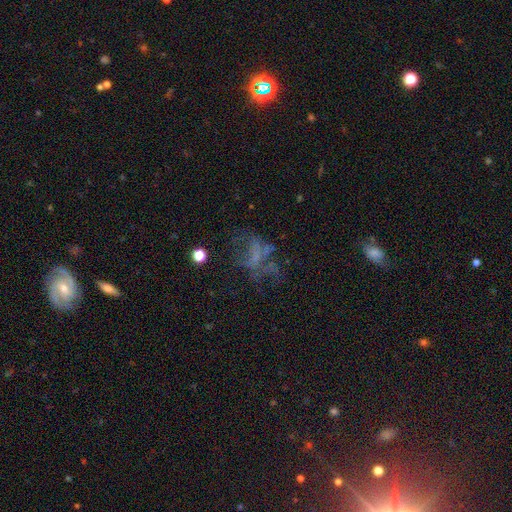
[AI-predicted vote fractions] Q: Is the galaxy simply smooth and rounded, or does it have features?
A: featured or disk — 47%.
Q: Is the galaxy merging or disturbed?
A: none — 41%.